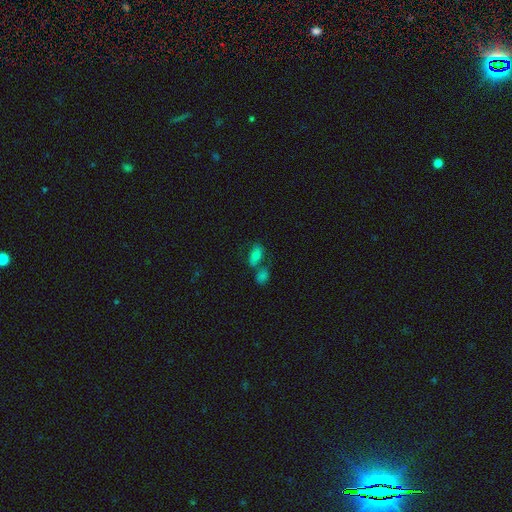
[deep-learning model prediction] Morphology: type=smooth (70%); roundness=in between (86%); merging=none (44%).